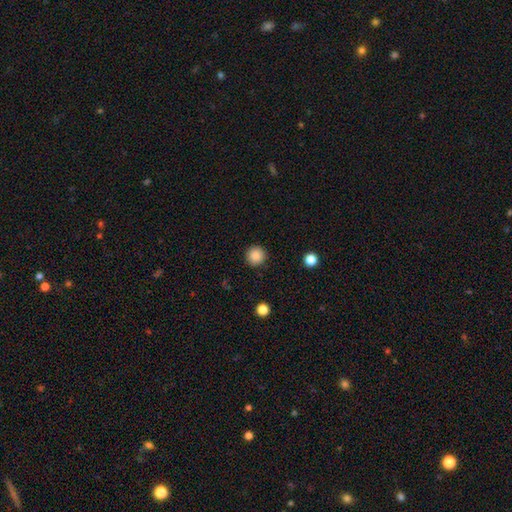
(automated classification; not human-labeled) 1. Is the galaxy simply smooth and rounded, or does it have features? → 87% smooth, 9% star or artifact, 4% featured or disk.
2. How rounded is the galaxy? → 95% round, 4% in between, 1% cigar-shaped.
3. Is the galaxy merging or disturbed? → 92% none, 6% minor disturbance, 2% major disturbance, 1% merger.